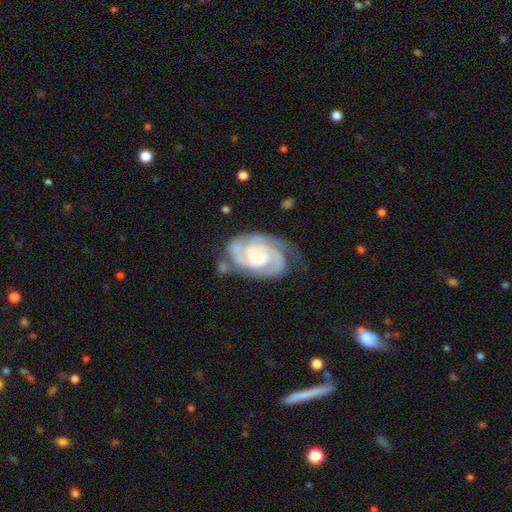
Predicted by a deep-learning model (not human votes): Smooth or featured? Predicted: featured or disk (p=0.90). Edge-on disk? Predicted: no (p=0.97). Bar? Predicted: no (p=0.68). Spiral arms? Predicted: yes (p=0.98). Spiral winding? Predicted: tight (p=0.70). Spiral arm count? Predicted: 2 (p=0.56). Bulge size? Predicted: small (p=0.53). Merging? Predicted: none (p=0.61).